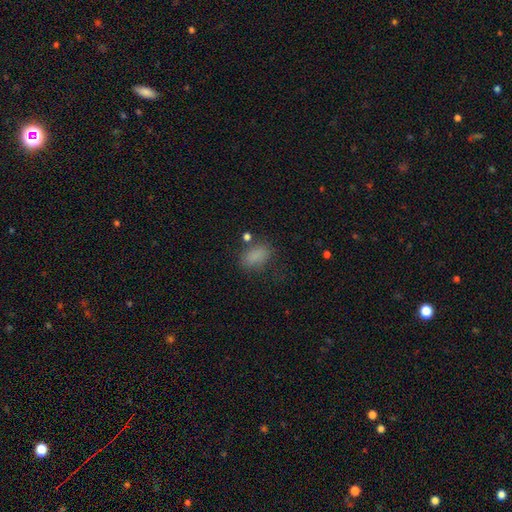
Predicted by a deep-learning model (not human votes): This is clearly a smooth galaxy (80%). How rounded: clearly in between (86%). Merging: likely none (66%).